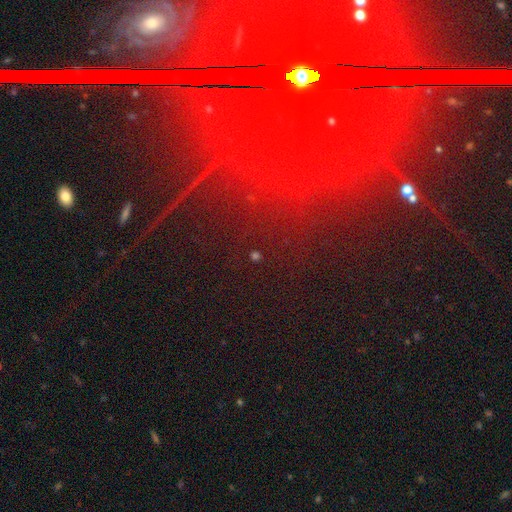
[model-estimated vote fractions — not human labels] smooth-or-featured: star or artifact: 71% | smooth: 17% | featured or disk: 12%